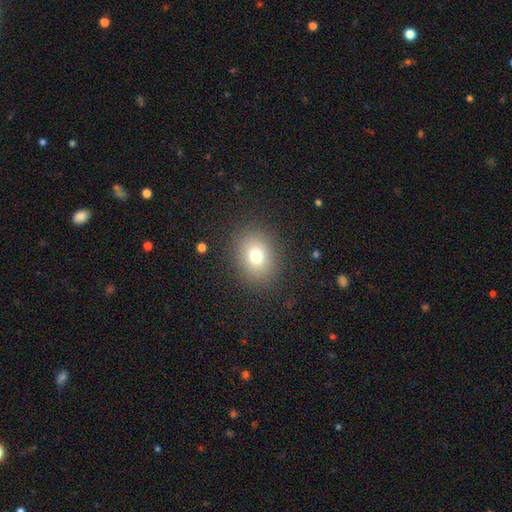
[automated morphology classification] A smooth galaxy with no disk features (75%) that is round (54%).

Vote fractions:
- Smooth or featured? smooth: 75% / star or artifact: 14% / featured or disk: 11%
- How rounded? round: 54% / in between: 45% / cigar-shaped: 1%
- Merging? none: 87% / minor disturbance: 8% / major disturbance: 4% / merger: 1%